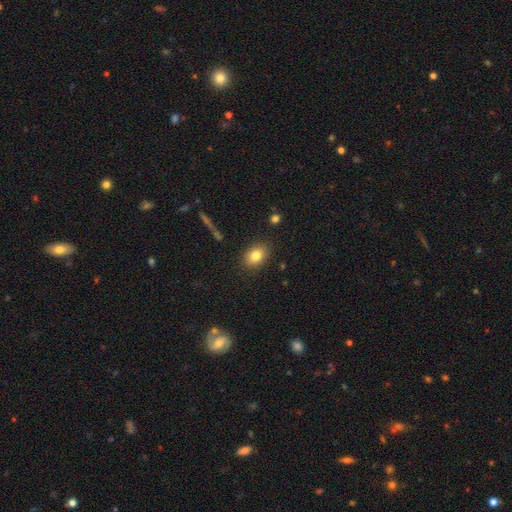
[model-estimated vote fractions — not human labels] smooth_or_featured: smooth (p=0.81) [alt: star or artifact p=0.10]
how_rounded: in between (p=0.74) [alt: round p=0.24]
merging: none (p=0.87) [alt: minor disturbance p=0.09]